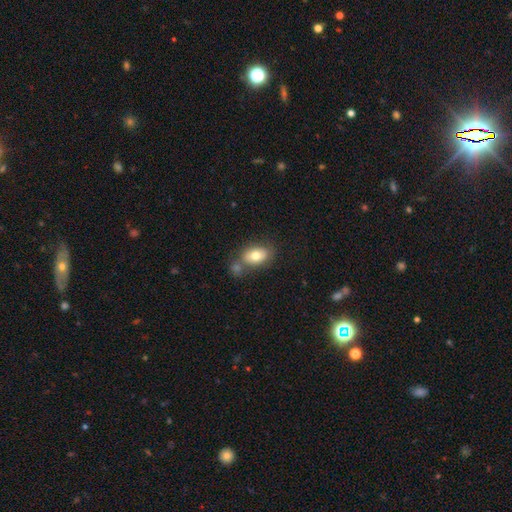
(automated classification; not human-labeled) smooth 75%, featured or disk 17%, star or artifact 8%. Down the decision tree: how rounded — in between (85%); merging — none (55%).